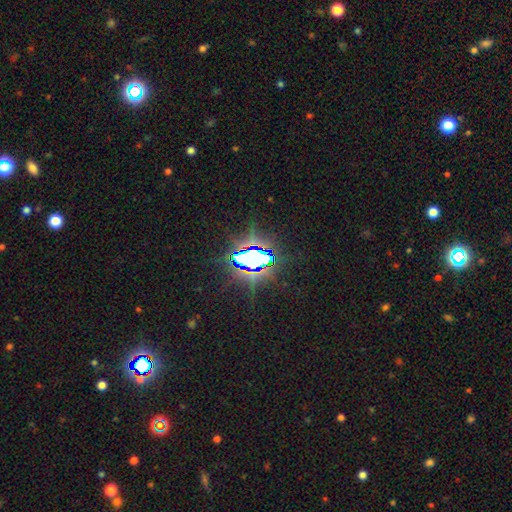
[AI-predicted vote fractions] Smooth or featured: star or artifact — 76% (smooth — 13%)